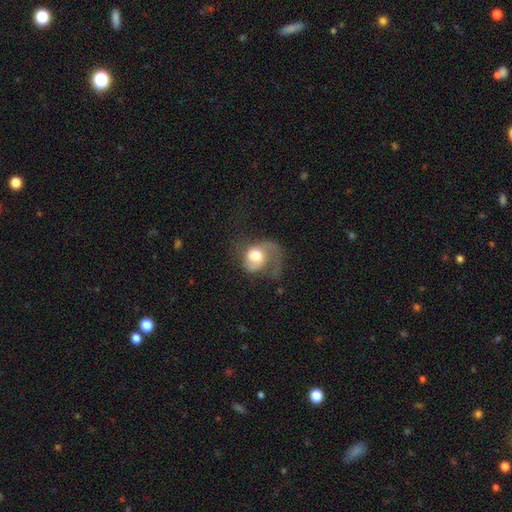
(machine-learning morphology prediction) Q: Smooth or featured?
A: featured or disk (55%); runner-up: smooth (38%)
Q: Edge-on disk?
A: no (97%); runner-up: yes (3%)
Q: Bar?
A: no (76%); runner-up: weak (20%)
Q: Spiral arms?
A: yes (82%); runner-up: no (18%)
Q: Bulge size?
A: moderate (54%); runner-up: large (34%)
Q: Merging?
A: major disturbance (51%); runner-up: none (26%)